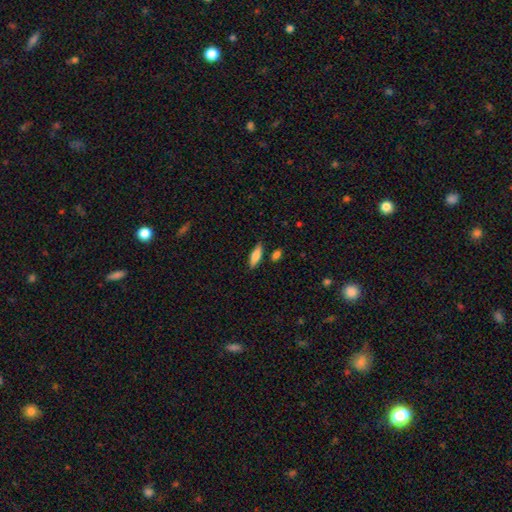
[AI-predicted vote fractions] A smooth galaxy with no disk features (77%) that is in between round and cigar-shaped (61%). Merging: none (82%).